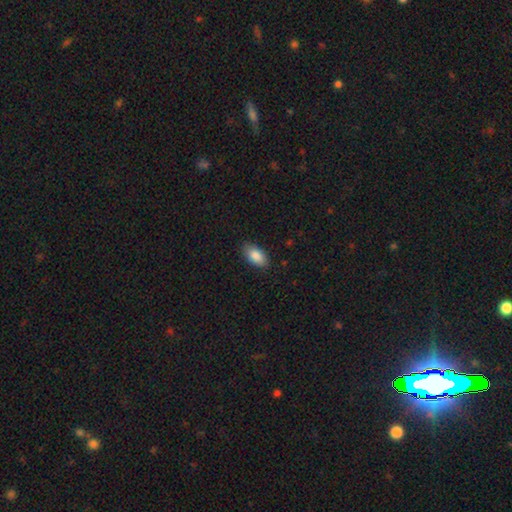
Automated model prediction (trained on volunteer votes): The model was most divided on "merging": none: 85%, minor disturbance: 12%, major disturbance: 2%, merger: 1%. More confident: how rounded — in between (93%); smooth or featured — smooth (87%).